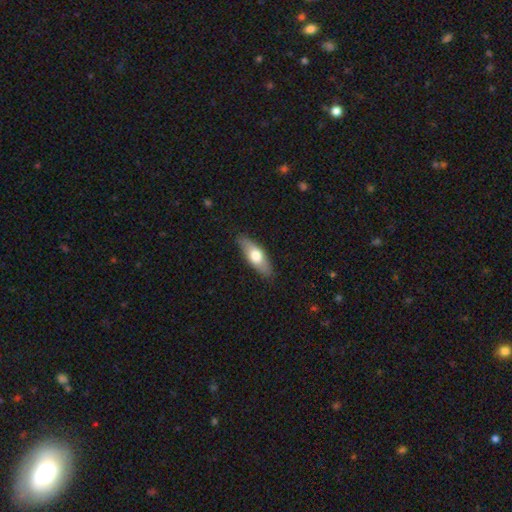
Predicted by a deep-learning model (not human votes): Morphology: type=smooth (60%); roundness=in between (64%); merging=none (85%).